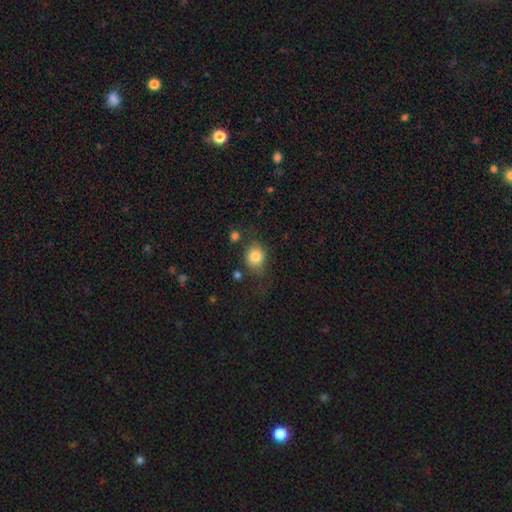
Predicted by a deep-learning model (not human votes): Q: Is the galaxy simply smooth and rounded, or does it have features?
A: smooth — 82%.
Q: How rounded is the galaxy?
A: round — 65%.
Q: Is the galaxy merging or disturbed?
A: none — 67%.